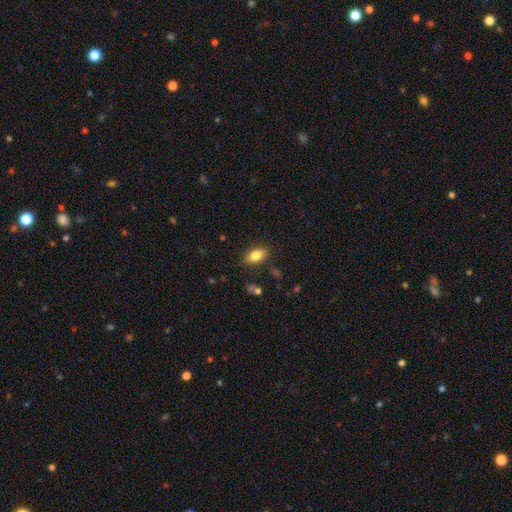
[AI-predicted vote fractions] Smooth or featured: smooth — 83% (featured or disk — 9%)
How rounded: in between — 90% (round — 7%)
Merging: none — 84% (minor disturbance — 11%)